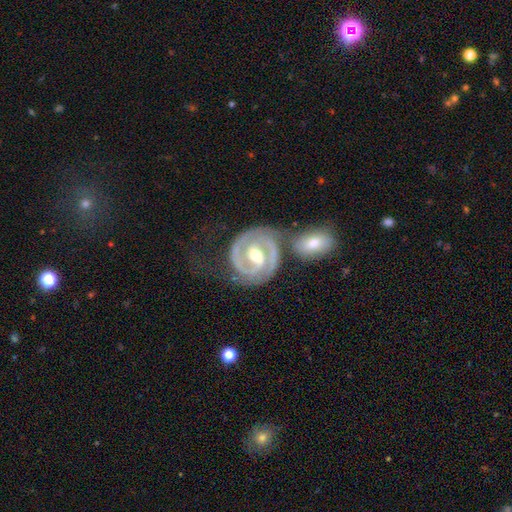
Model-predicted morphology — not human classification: A featured or disk galaxy (91%) with a weak bar (41%), 2 (87%) tight (67%) spiral arms (97%) and a moderate central bulge (68%).

Vote fractions:
- Smooth or featured? featured or disk: 91% / smooth: 6% / star or artifact: 4%
- Edge-on disk? no: 97% / yes: 3%
- Bar? weak: 41% / strong: 38% / no: 21%
- Spiral arms? yes: 97% / no: 3%
- Spiral winding? tight: 67% / medium: 29% / loose: 4%
- Spiral arm count? 2: 87% / 3: 5% / can't tell: 4% / 1: 2% / 4: 1% / more than 4: 1%
- Bulge size? moderate: 68% / small: 27% / large: 3% / none: 1% / dominant: 1%
- Merging? none: 56% / merger: 24% / minor disturbance: 14% / major disturbance: 6%